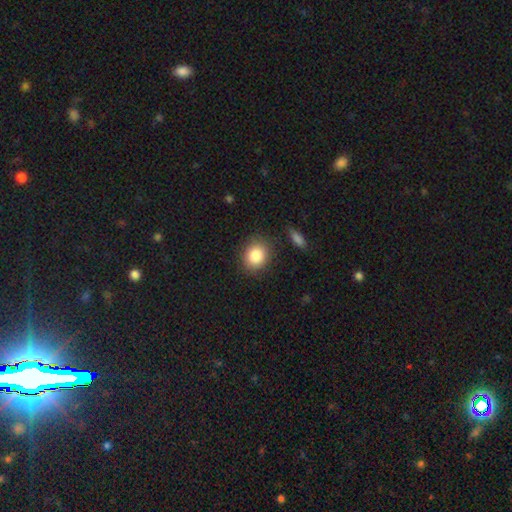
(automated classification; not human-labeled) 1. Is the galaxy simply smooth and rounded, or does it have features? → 85% smooth, 9% star or artifact, 6% featured or disk.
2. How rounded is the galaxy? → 64% round, 35% in between, 1% cigar-shaped.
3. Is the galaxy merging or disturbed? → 84% none, 10% minor disturbance, 3% major disturbance, 3% merger.